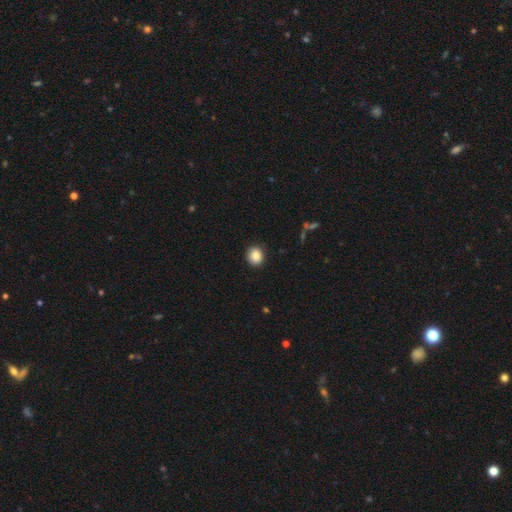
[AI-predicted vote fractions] smooth_or_featured: smooth (p=0.87) [alt: star or artifact p=0.09]
how_rounded: round (p=0.78) [alt: in between p=0.21]
merging: none (p=0.90) [alt: minor disturbance p=0.07]